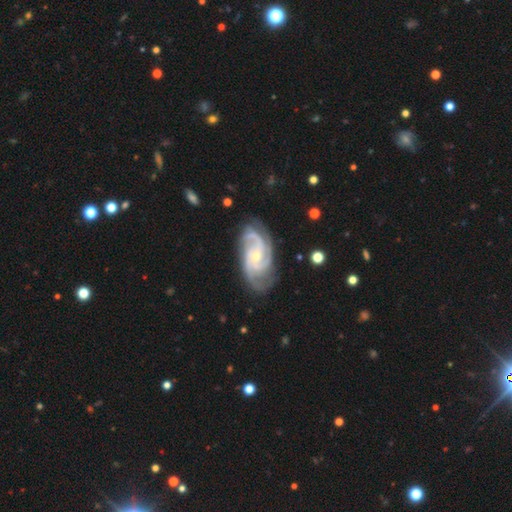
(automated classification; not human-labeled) smooth_or_featured: featured or disk (p=0.92) [alt: smooth p=0.04]
disk_edge_on: no (p=0.97) [alt: yes p=0.03]
bar: no (p=0.62) [alt: weak p=0.30]
has_spiral_arms: yes (p=0.98) [alt: no p=0.02]
spiral_winding: tight (p=0.52) [alt: medium p=0.42]
spiral_arm_count: 3 (p=0.52) [alt: 2 p=0.16]
bulge_size: small (p=0.65) [alt: moderate p=0.32]
merging: none (p=0.75) [alt: minor disturbance p=0.18]